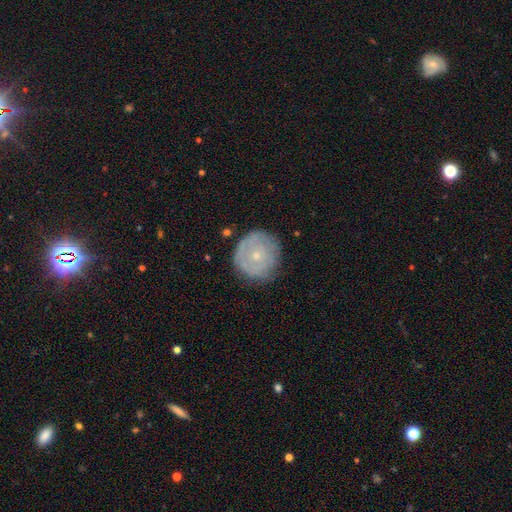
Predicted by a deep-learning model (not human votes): smooth-or-featured: smooth: 49% | featured or disk: 44% | star or artifact: 7%
  merging: none: 77% | minor disturbance: 17% | major disturbance: 5% | merger: 2%